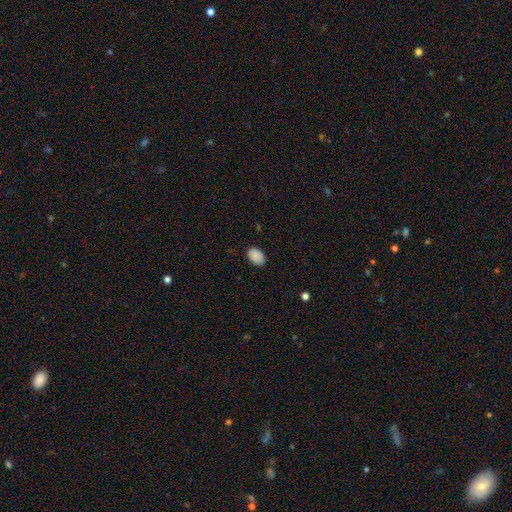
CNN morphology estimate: smooth_or_featured: smooth (p=0.87) [alt: star or artifact p=0.08]
how_rounded: in between (p=0.87) [alt: round p=0.12]
merging: none (p=0.83) [alt: minor disturbance p=0.13]